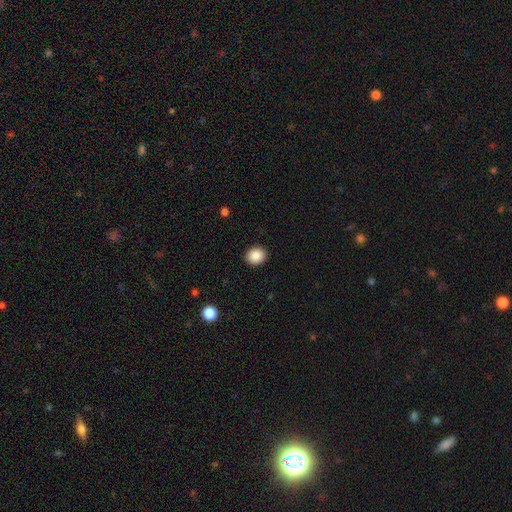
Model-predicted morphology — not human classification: Overall: smooth (88%). How rounded: round (68%; in between 31%). Merging: none (91%).